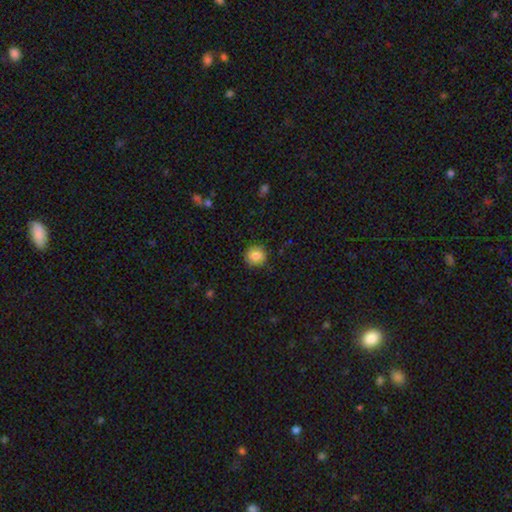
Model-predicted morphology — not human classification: smooth-or-featured: smooth: 86% | star or artifact: 9% | featured or disk: 5%
  how-rounded: round: 87% | in between: 12% | cigar-shaped: 1%
  merging: none: 83% | minor disturbance: 13% | major disturbance: 3% | merger: 1%